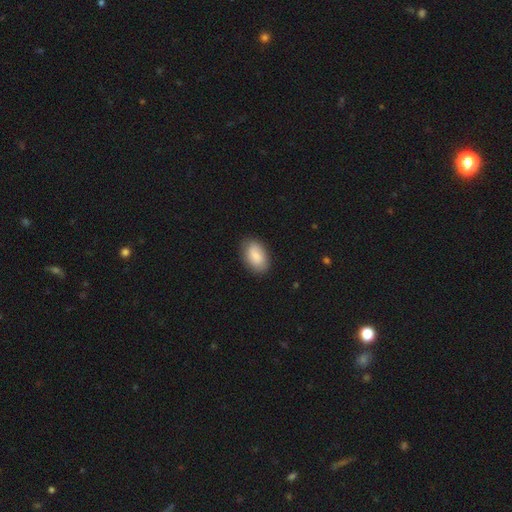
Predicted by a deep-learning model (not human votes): Q: Smooth or featured?
A: smooth (83%); runner-up: featured or disk (11%)
Q: How rounded?
A: in between (93%); runner-up: round (6%)
Q: Merging?
A: none (85%); runner-up: minor disturbance (12%)